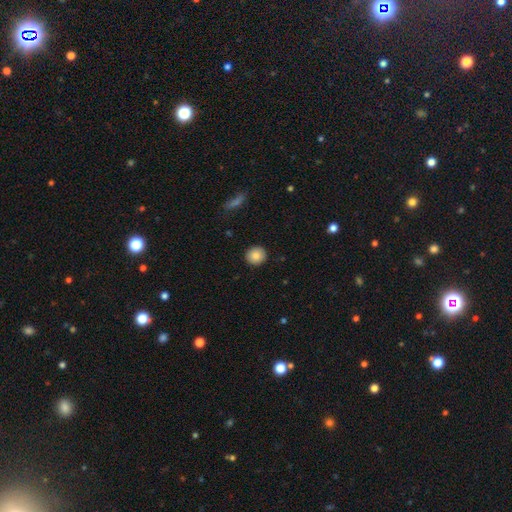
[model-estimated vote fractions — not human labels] Morphology: type=smooth (86%); roundness=round (88%); merging=none (91%).